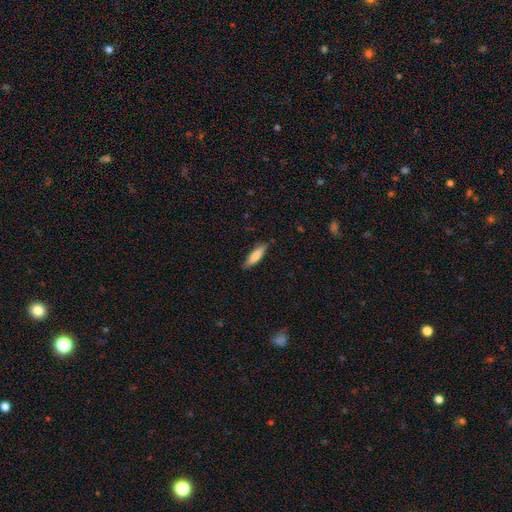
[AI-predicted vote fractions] Smooth or featured?
  - smooth: 81% *
  - featured or disk: 14%
  - star or artifact: 6%
How rounded?
  - cigar-shaped: 63% *
  - in between: 36%
  - round: 1%
Merging?
  - none: 83% *
  - minor disturbance: 13%
  - major disturbance: 2%
  - merger: 1%